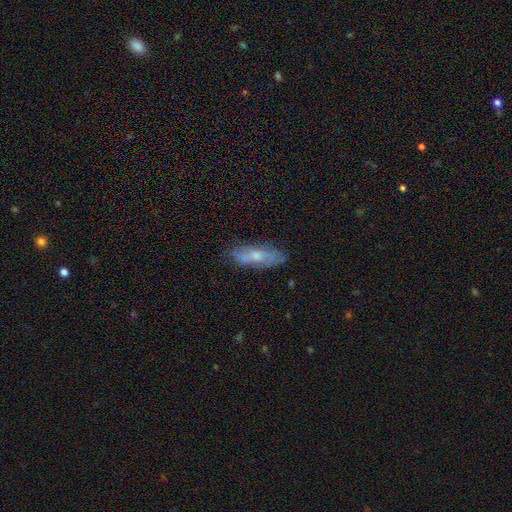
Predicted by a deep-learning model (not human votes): The model was most divided on "smooth or featured": smooth: 47%, featured or disk: 45%, star or artifact: 7%. More confident: merging — none (71%).